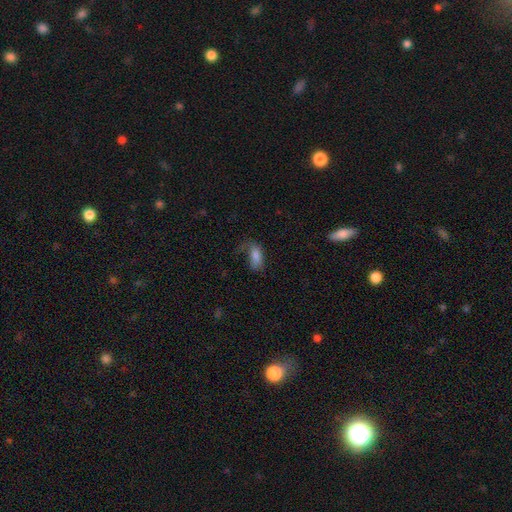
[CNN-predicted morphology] Smooth or featured: smooth — 76% (featured or disk — 15%)
How rounded: in between — 89% (cigar-shaped — 7%)
Merging: none — 37% (major disturbance — 34%)